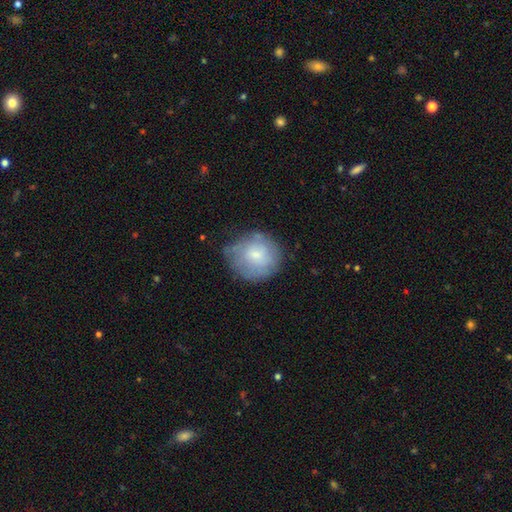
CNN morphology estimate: This appears to be a smooth galaxy with no disk features (65%) that is round (85%). Merging: none (61%).